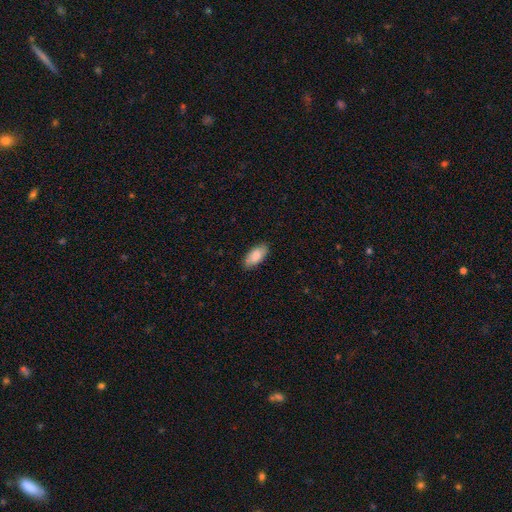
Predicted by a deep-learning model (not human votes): smooth-or-featured: smooth: 86% | featured or disk: 8% | star or artifact: 6%
  how-rounded: in between: 92% | cigar-shaped: 6% | round: 2%
  merging: none: 87% | minor disturbance: 10% | major disturbance: 2% | merger: 1%